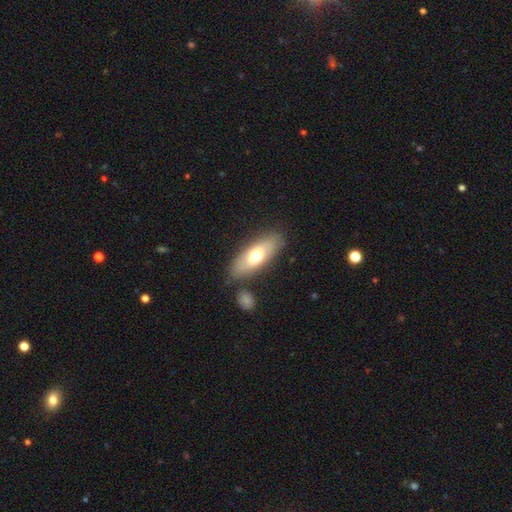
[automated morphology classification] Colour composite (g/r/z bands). It shows a smooth galaxy with no disk features (61%) that is in between round and cigar-shaped (73%). Merging: none (79%).